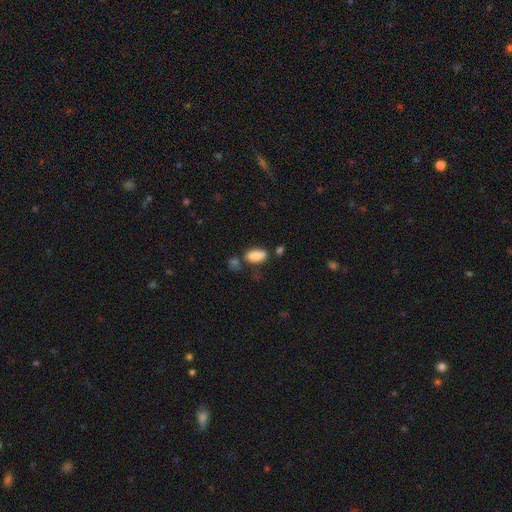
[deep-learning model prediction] Smooth or featured: smooth — 85% (star or artifact — 8%)
How rounded: in between — 89% (cigar-shaped — 8%)
Merging: none — 58% (minor disturbance — 21%)